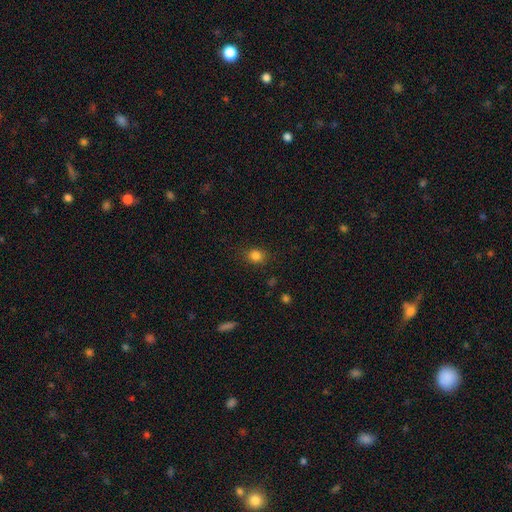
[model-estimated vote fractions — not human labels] Morphology: type=smooth (82%); roundness=round (59%); merging=none (84%).